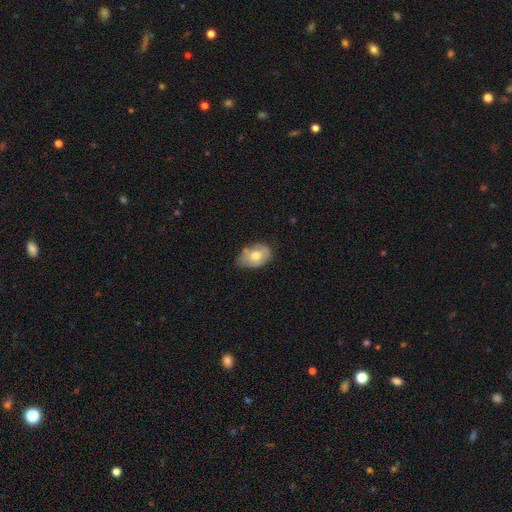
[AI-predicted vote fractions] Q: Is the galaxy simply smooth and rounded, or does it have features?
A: smooth — 62%.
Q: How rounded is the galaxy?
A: in between — 85%.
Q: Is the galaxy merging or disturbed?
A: none — 52%.